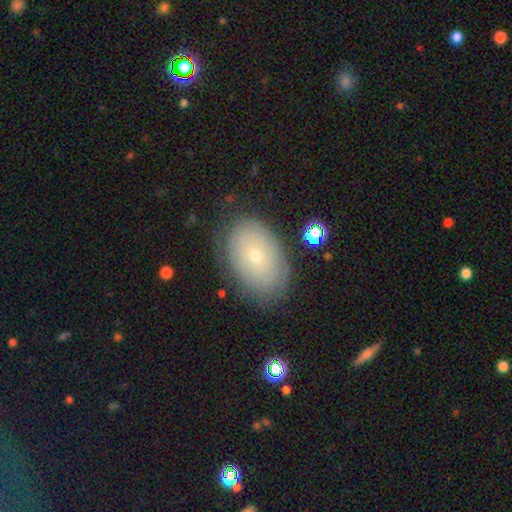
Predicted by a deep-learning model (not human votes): Morphology: type=smooth (51%); roundness=in between (86%); merging=none (79%).